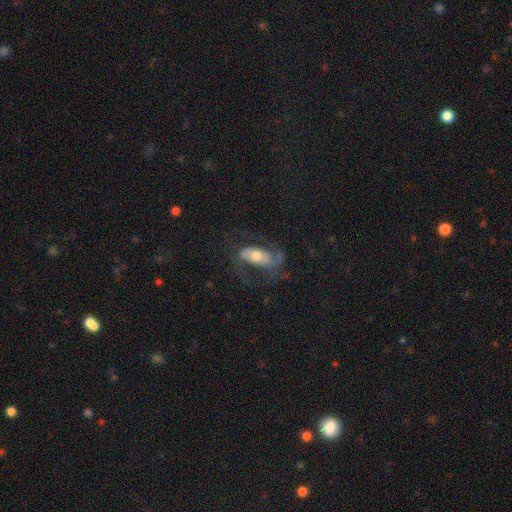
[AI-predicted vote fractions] featured or disk 63%, smooth 30%, star or artifact 7%. Down the decision tree: edge-on disk — no (90%); bar — no (52%); spiral arms — yes (79%); bulge size — moderate (63%); merging — none (55%).